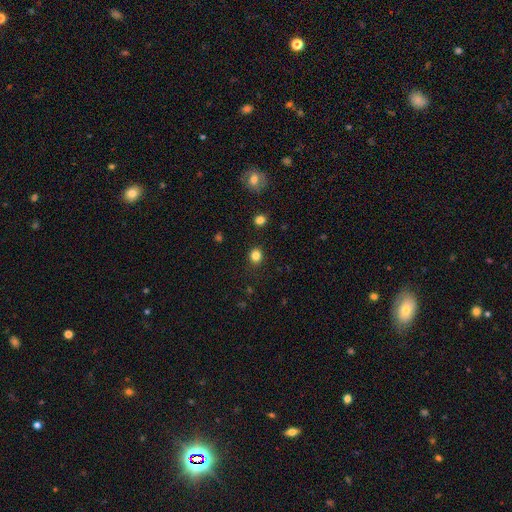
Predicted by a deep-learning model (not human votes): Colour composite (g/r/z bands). It shows a smooth galaxy with no disk features (83%) that is round (77%). Merging: none (89%).